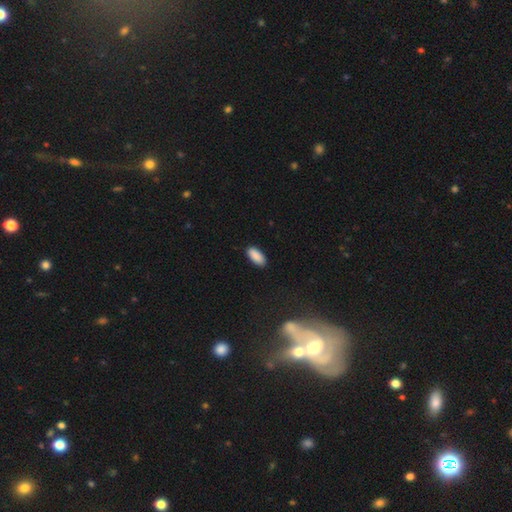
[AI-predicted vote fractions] smooth_or_featured: smooth (p=0.90) [alt: star or artifact p=0.07]
how_rounded: in between (p=0.90) [alt: cigar-shaped p=0.08]
merging: none (p=0.89) [alt: minor disturbance p=0.08]